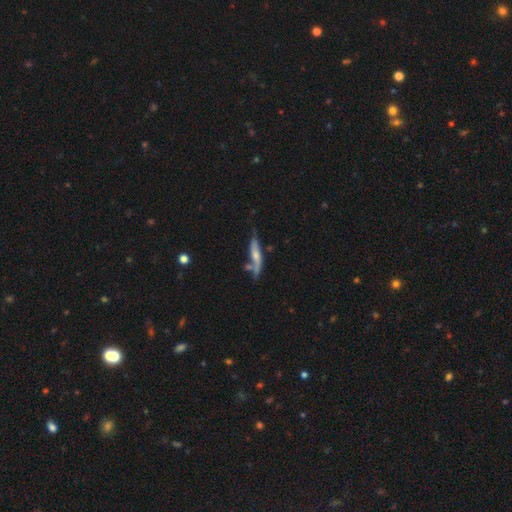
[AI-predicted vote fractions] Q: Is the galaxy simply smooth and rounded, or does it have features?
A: featured or disk — 51%.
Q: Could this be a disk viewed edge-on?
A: yes — 64%.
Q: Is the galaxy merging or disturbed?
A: none — 46%.